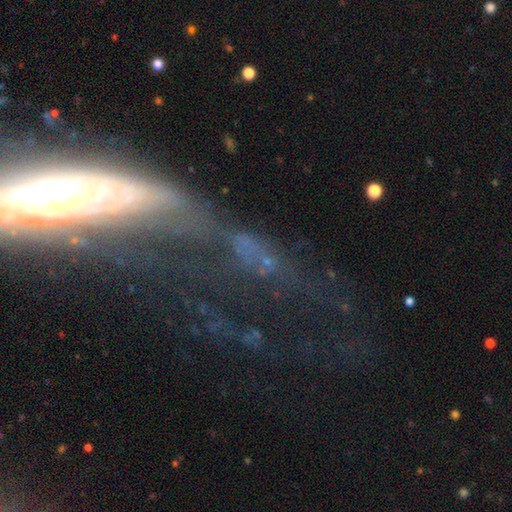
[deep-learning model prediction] Morphology: type=featured or disk (59%); edge-on=no (71%); merging=major disturbance (44%).